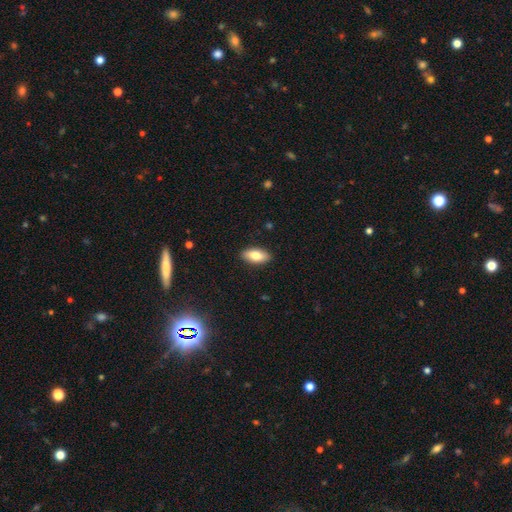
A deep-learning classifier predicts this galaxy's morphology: smooth-or-featured: smooth: 79% | featured or disk: 15% | star or artifact: 7%
  how-rounded: in between: 89% | cigar-shaped: 8% | round: 3%
  merging: none: 89% | minor disturbance: 8% | major disturbance: 2% | merger: 1%